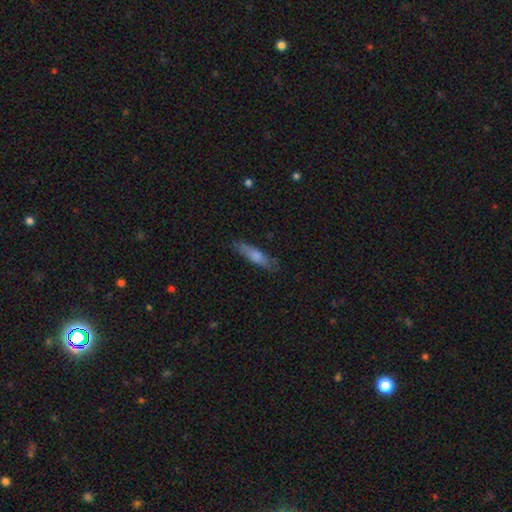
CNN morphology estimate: This appears to be a smooth galaxy with no disk features (68%) that is cigar-shaped (75%). Merging: none (79%).